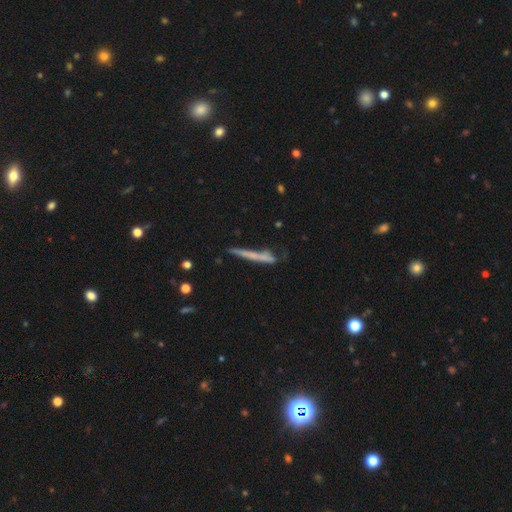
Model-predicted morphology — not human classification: Smooth or featured: smooth — 52% (featured or disk — 39%)
How rounded: cigar-shaped — 95% (in between — 3%)
Merging: none — 65% (minor disturbance — 23%)